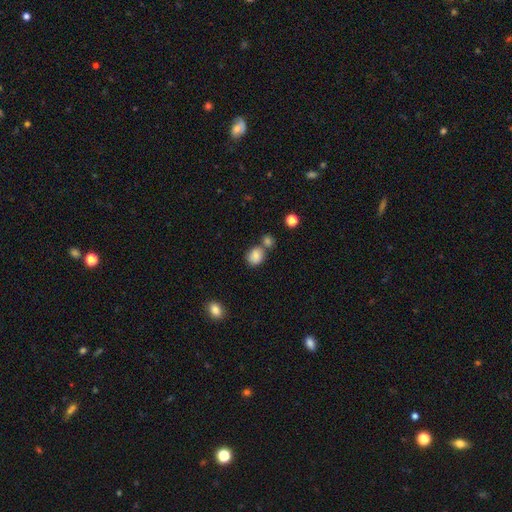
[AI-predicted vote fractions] Morphology: type=smooth (82%); roundness=round (59%); merging=none (53%).